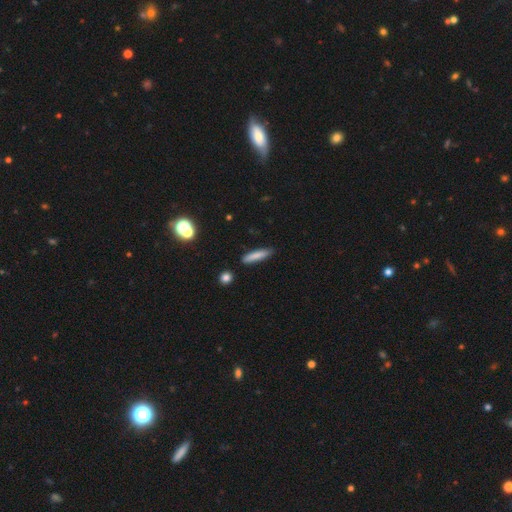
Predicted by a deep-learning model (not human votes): This appears to be a smooth galaxy with no disk features (80%) that is cigar-shaped (82%). Merging: none (86%).